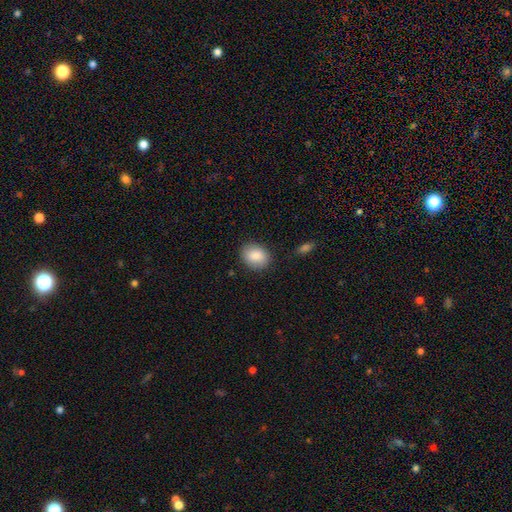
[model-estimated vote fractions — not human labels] Q: Smooth or featured?
A: smooth (87%); runner-up: star or artifact (7%)
Q: How rounded?
A: in between (55%); runner-up: round (44%)
Q: Merging?
A: none (84%); runner-up: minor disturbance (11%)